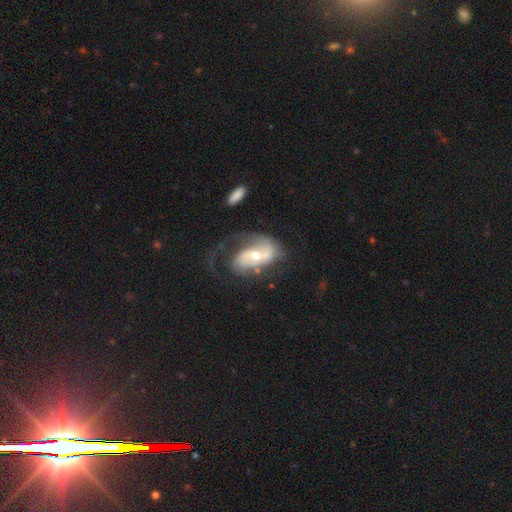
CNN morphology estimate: This appears to be a featured or disk galaxy (78%) with no bar (41%), 2 (48%) medium (39%) spiral arms (86%) and a moderate central bulge (55%). Merging: major disturbance (37%).